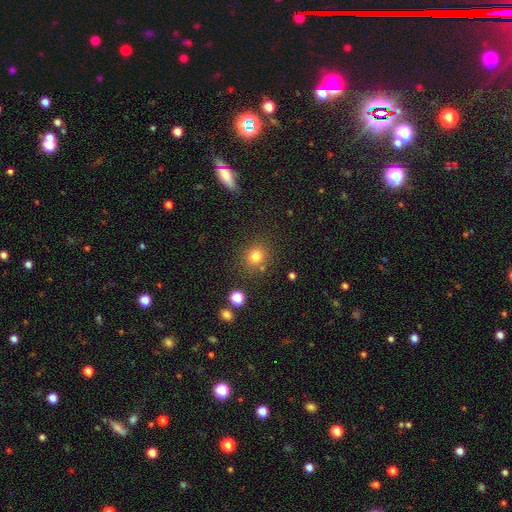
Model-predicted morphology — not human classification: smooth 79%, star or artifact 14%, featured or disk 7%. Down the decision tree: how rounded — round (82%); merging — none (80%).